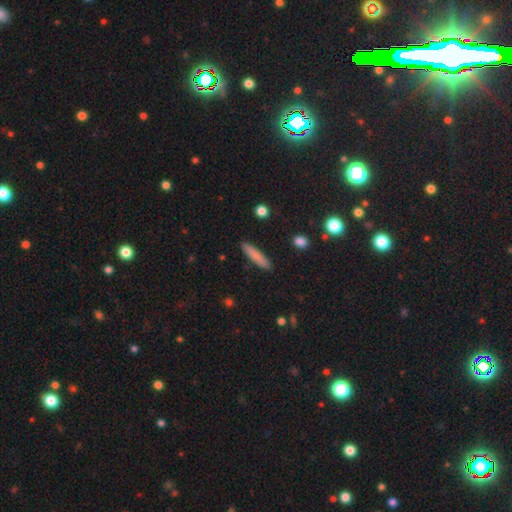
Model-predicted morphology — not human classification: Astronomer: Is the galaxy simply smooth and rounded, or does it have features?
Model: smooth — 79%.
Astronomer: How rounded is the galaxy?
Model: cigar-shaped — 87%.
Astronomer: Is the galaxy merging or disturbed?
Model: none — 90%.